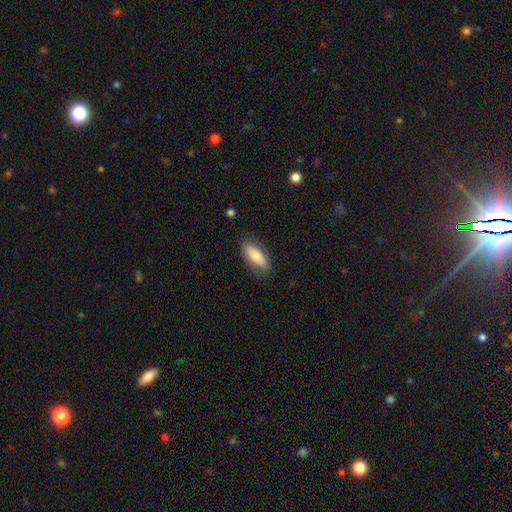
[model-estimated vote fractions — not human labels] This appears to be a smooth galaxy with no disk features (73%) that is in between round and cigar-shaped (72%). Merging: none (84%).